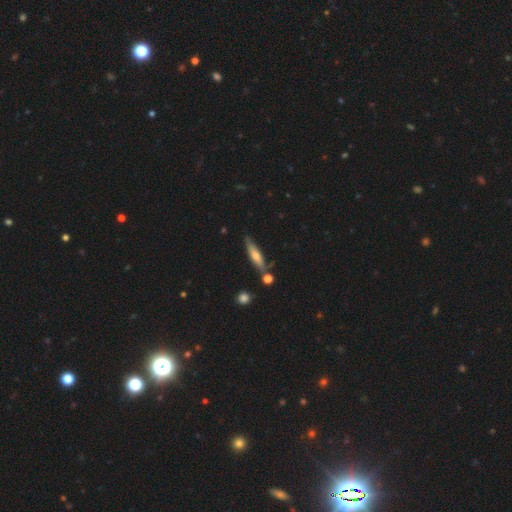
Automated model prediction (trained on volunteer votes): This is possibly a smooth galaxy (49%). Merging: likely none (73%).